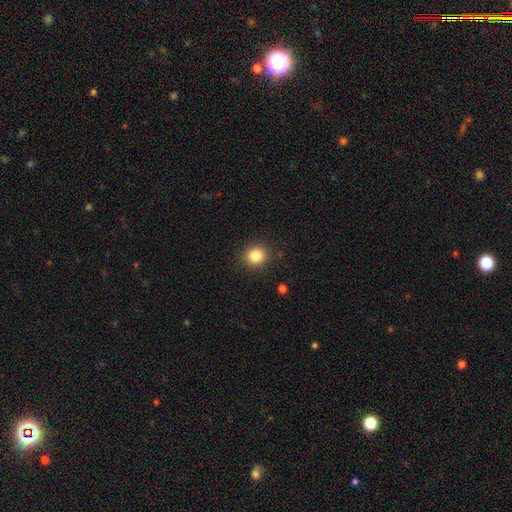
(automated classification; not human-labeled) This appears to be a smooth galaxy with no disk features (85%) that is round (86%). Merging: none (90%).